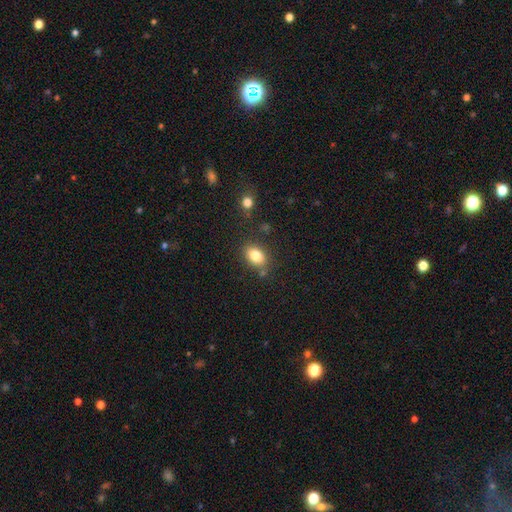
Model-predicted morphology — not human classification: type=smooth (82%); roundness=in between (77%); merging=none (77%).